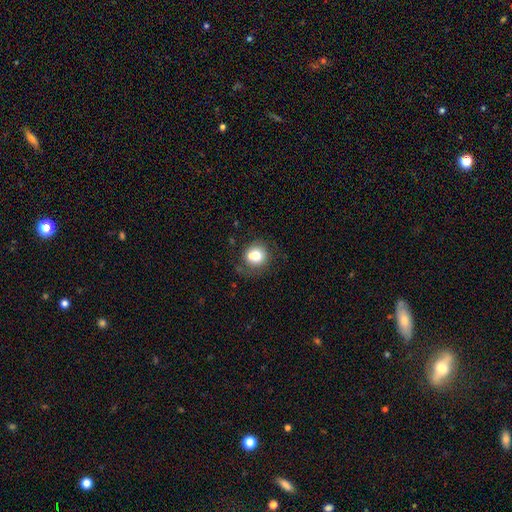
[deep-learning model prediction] This appears to be a smooth galaxy with no disk features (73%) that is round (84%). Merging: none (58%).